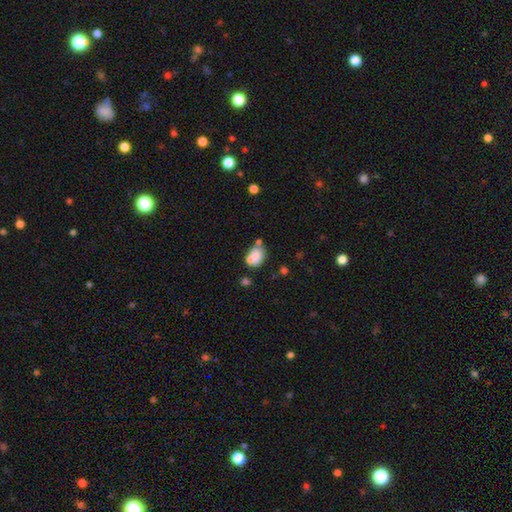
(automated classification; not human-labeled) smooth-or-featured: smooth: 75% | featured or disk: 15% | star or artifact: 10%
  how-rounded: in between: 67% | round: 31% | cigar-shaped: 1%
  merging: none: 38% | merger: 34% | minor disturbance: 19% | major disturbance: 8%